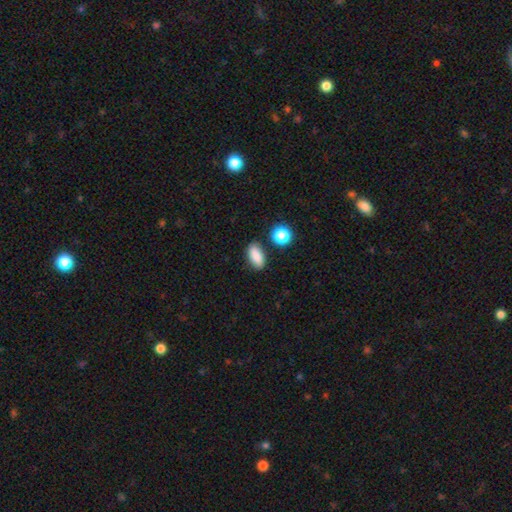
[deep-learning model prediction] Smooth or featured? Predicted: smooth (p=0.85). How rounded? Predicted: in between (p=0.86). Merging? Predicted: none (p=0.81).